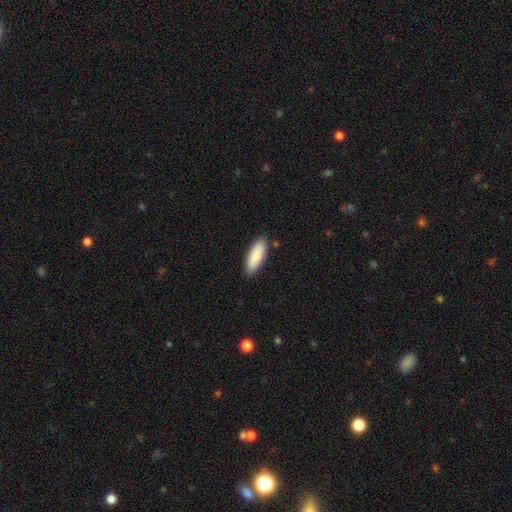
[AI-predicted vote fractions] Smooth or featured? smooth (88%)
How rounded? in between (66%)
Merging? none (87%)